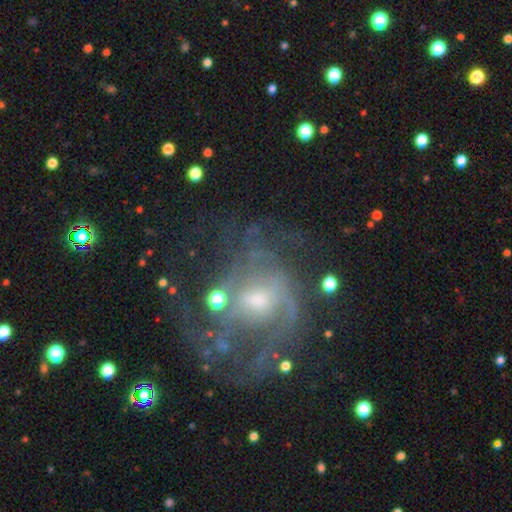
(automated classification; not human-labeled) A featured or disk galaxy (70%) with no bar (59%), medium (41%) spiral arms (75%) and a small central bulge (46%).

Vote fractions:
- Smooth or featured? featured or disk: 70% / star or artifact: 17% / smooth: 13%
- Edge-on disk? no: 97% / yes: 3%
- Bar? no: 59% / weak: 33% / strong: 8%
- Spiral arms? yes: 75% / no: 25%
- Spiral winding? medium: 41% / tight: 35% / loose: 25%
- Spiral arm count? can't tell: 43% / 2: 25% / 3: 12% / 1: 9% / 4: 6% / more than 4: 5%
- Bulge size? small: 46% / moderate: 41% / none: 6% / large: 4% / dominant: 2%
- Merging? none: 52% / major disturbance: 25% / minor disturbance: 17% / merger: 5%